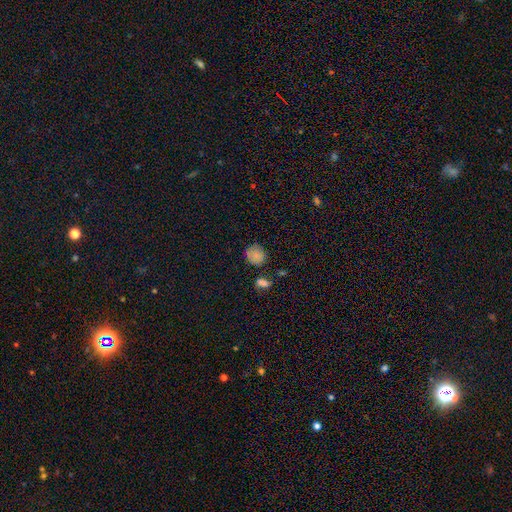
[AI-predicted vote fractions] Smooth or featured?
  - smooth: 81% *
  - star or artifact: 12%
  - featured or disk: 7%
How rounded?
  - round: 82% *
  - in between: 16%
  - cigar-shaped: 1%
Merging?
  - none: 71% *
  - minor disturbance: 18%
  - merger: 7%
  - major disturbance: 4%